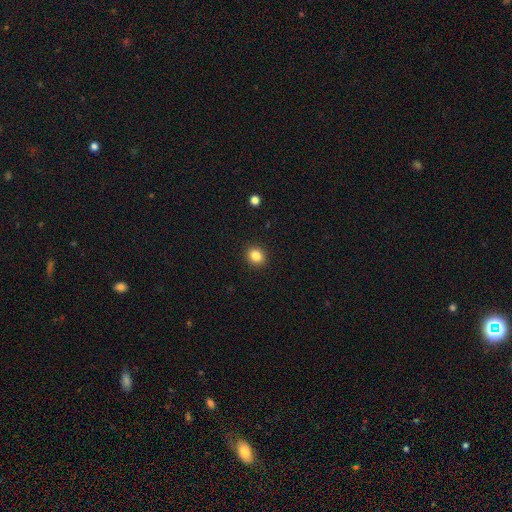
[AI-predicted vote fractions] smooth-or-featured: smooth: 84% | star or artifact: 11% | featured or disk: 5%
  how-rounded: round: 77% | in between: 23% | cigar-shaped: 1%
  merging: none: 91% | minor disturbance: 6% | major disturbance: 2% | merger: 1%